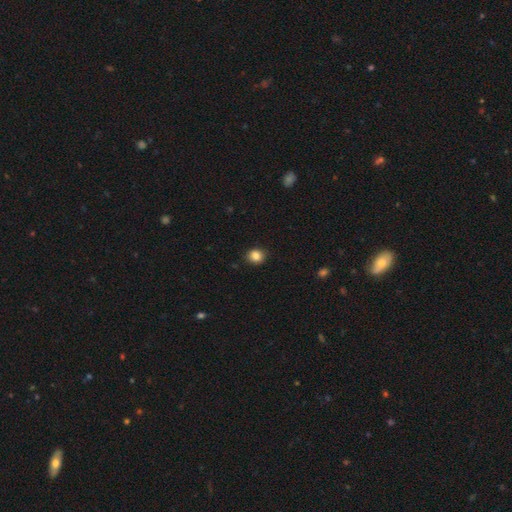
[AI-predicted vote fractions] The model was most divided on "how rounded": round: 80%, in between: 19%, cigar-shaped: 1%. More confident: merging — none (88%); smooth or featured — smooth (85%).